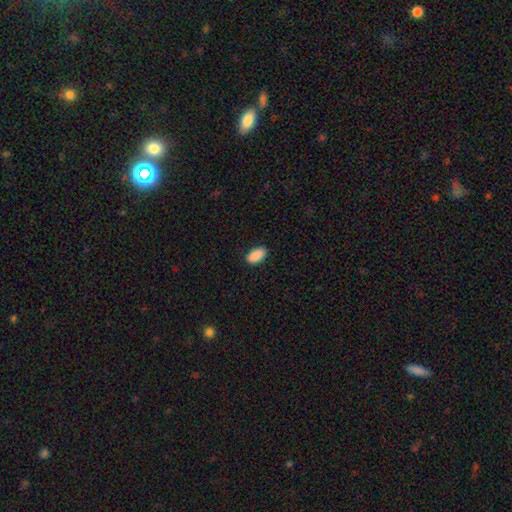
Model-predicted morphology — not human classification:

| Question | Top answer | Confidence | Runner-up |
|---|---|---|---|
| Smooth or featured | smooth | 90% | star or artifact (7%) |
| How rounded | in between | 92% | cigar-shaped (6%) |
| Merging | none | 87% | minor disturbance (10%) |